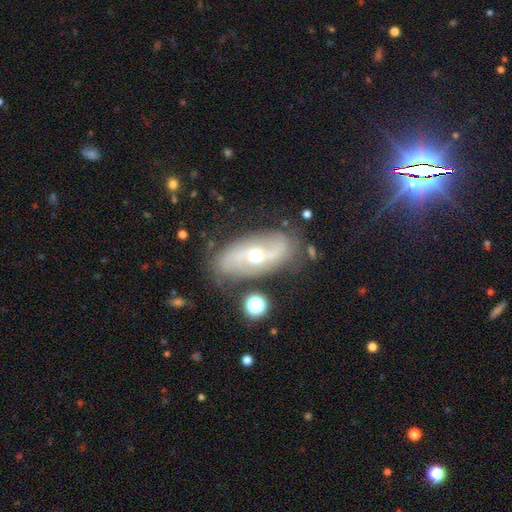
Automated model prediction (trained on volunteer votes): Smooth or featured? Predicted: featured or disk (p=0.73). Edge-on disk? Predicted: no (p=0.92). Bar? Predicted: no (p=0.55). Spiral arms? Predicted: yes (p=0.81). Spiral winding? Predicted: loose (p=0.47). Spiral arm count? Predicted: 2 (p=0.86). Bulge size? Predicted: moderate (p=0.73). Merging? Predicted: none (p=0.73).